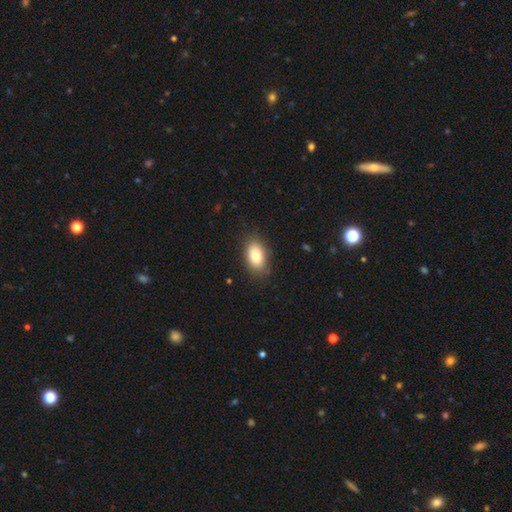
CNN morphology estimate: Smooth or featured: smooth — 83% (featured or disk — 10%)
How rounded: in between — 91% (round — 7%)
Merging: none — 83% (minor disturbance — 12%)